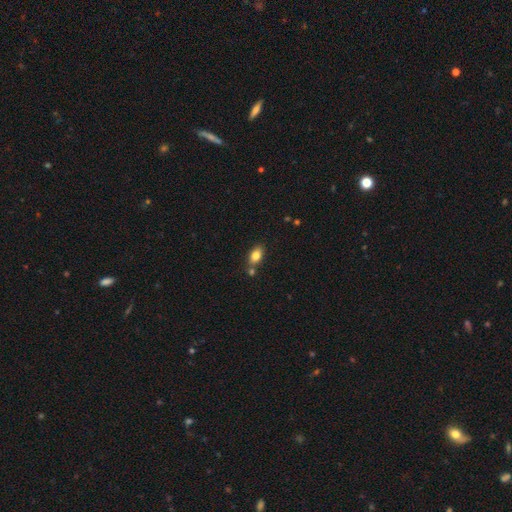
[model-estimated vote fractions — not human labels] Smooth or featured?
  - smooth: 81% *
  - featured or disk: 10%
  - star or artifact: 9%
How rounded?
  - in between: 88% *
  - round: 10%
  - cigar-shaped: 3%
Merging?
  - none: 67% *
  - merger: 16%
  - minor disturbance: 13%
  - major disturbance: 3%